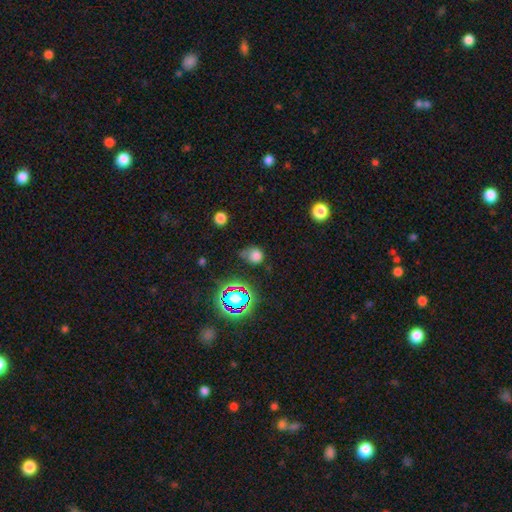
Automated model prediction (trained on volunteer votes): A smooth galaxy with no disk features (68%) that is round (67%). Merging: none (45%).